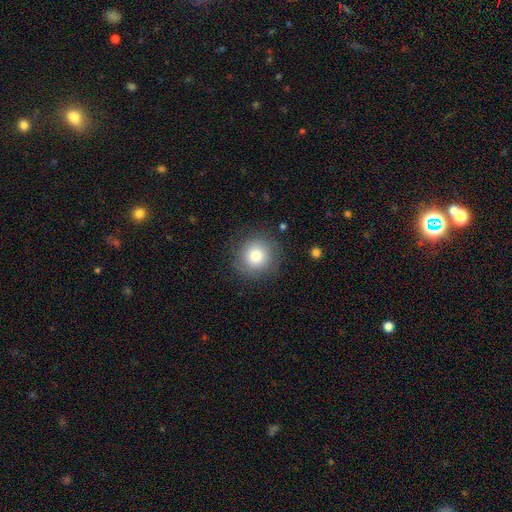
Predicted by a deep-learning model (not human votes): smooth_or_featured: smooth (p=0.81) [alt: star or artifact p=0.10]
how_rounded: round (p=0.93) [alt: in between p=0.06]
merging: none (p=0.86) [alt: minor disturbance p=0.09]